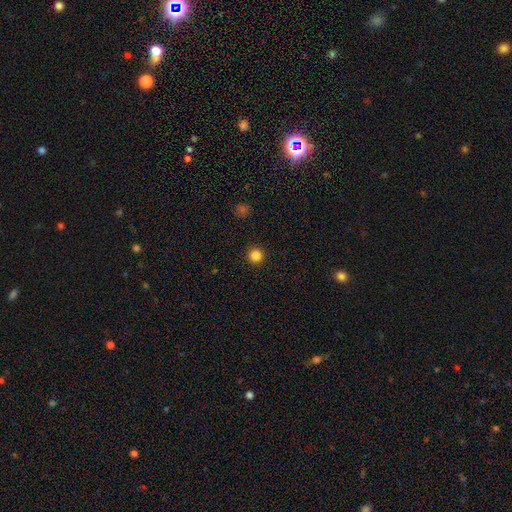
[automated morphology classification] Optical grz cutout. It shows a smooth galaxy with no disk features (84%) that is round (96%). Merging: none (94%).